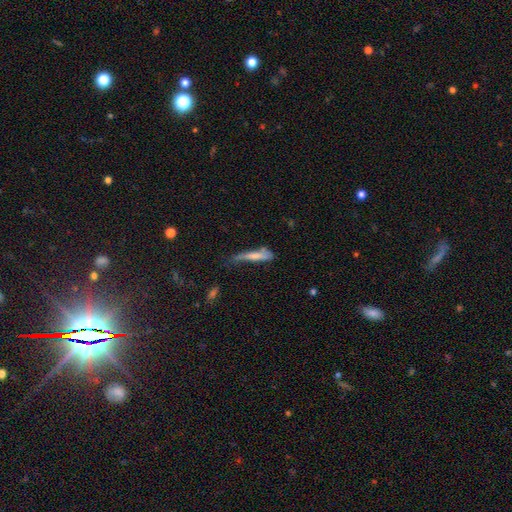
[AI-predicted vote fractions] Smooth or featured: smooth — 67% (featured or disk — 26%)
How rounded: cigar-shaped — 85% (in between — 14%)
Merging: minor disturbance — 35% (none — 32%)